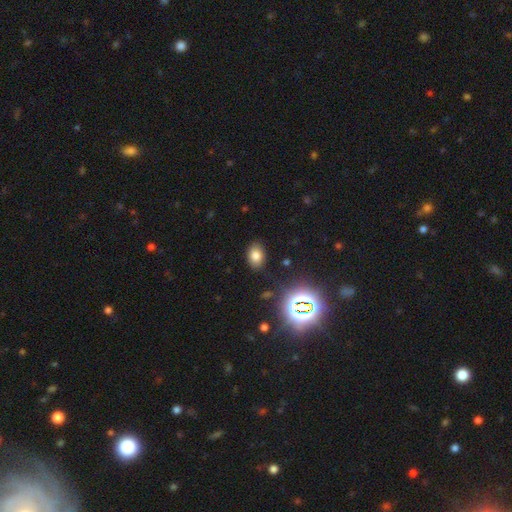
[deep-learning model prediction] Smooth or featured? smooth (74%)
How rounded? in between (80%)
Merging? none (86%)